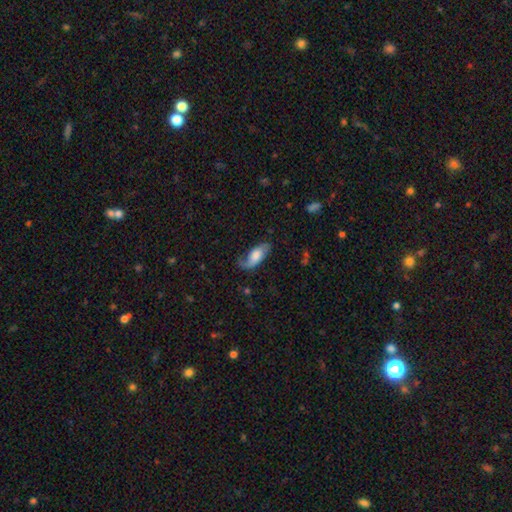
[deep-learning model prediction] Overall: featured or disk (55%; smooth 39%). Edge-on disk: no (89%). Merging: none (59%; minor disturbance 25%).